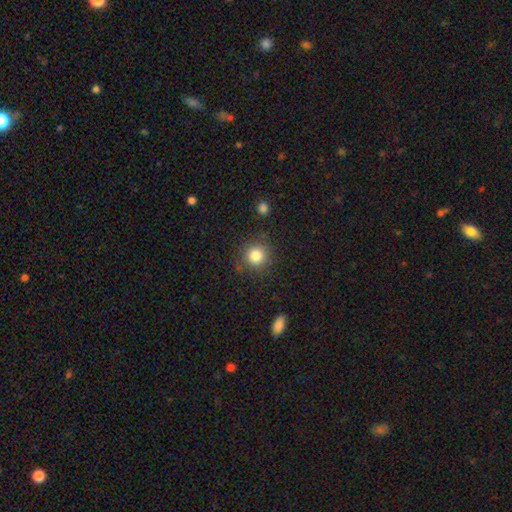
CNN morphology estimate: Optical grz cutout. It shows a smooth galaxy with no disk features (83%) that is round (92%). Merging: none (85%).